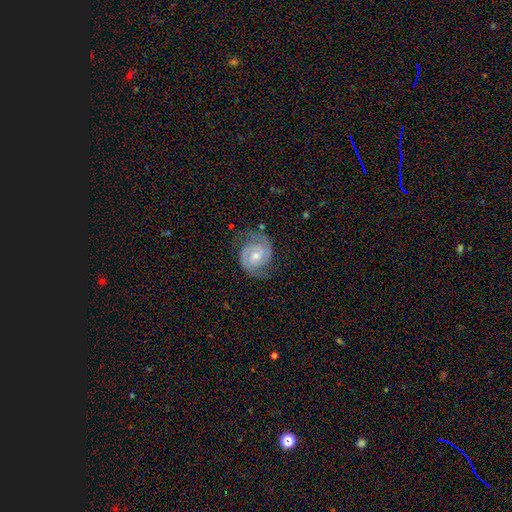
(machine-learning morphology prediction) Smooth or featured: featured or disk — 86% (smooth — 8%)
Edge-on disk: no — 98% (yes — 2%)
Bar: no — 53% (weak — 37%)
Spiral arms: yes — 97% (no — 3%)
Spiral winding: tight — 57% (medium — 35%)
Spiral arm count: 2 — 87% (can't tell — 5%)
Bulge size: moderate — 57% (small — 38%)
Merging: none — 77% (minor disturbance — 16%)